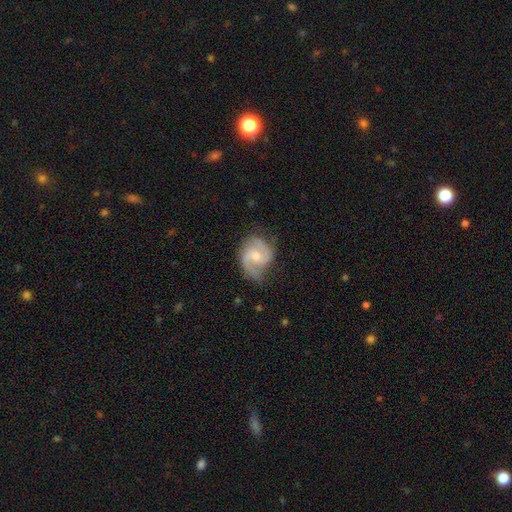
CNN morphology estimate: Overall: featured or disk (85%). Edge-on disk: no (98%). Bar: no (48%; weak 45%). Spiral arms: yes (97%). Spiral arm count: 2 (86%). Spiral winding: medium (56%; tight 26%). Bulge size: moderate (51%; small 42%). Merging: none (69%).